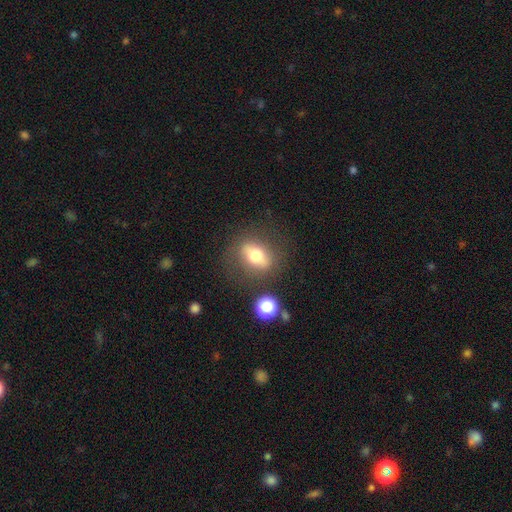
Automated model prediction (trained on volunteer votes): smooth_or_featured: smooth (p=0.60) [alt: featured or disk p=0.30]
how_rounded: in between (p=0.63) [alt: round p=0.31]
merging: none (p=0.79) [alt: minor disturbance p=0.12]